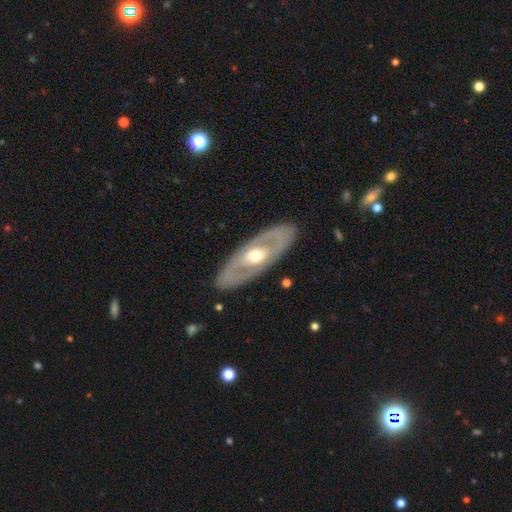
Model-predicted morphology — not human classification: smooth_or_featured: featured or disk (p=0.71) [alt: smooth p=0.25]
disk_edge_on: no (p=0.81) [alt: yes p=0.19]
bar: no (p=0.70) [alt: weak p=0.21]
has_spiral_arms: no (p=0.68) [alt: yes p=0.32]
bulge_size: moderate (p=0.72) [alt: small p=0.14]
merging: none (p=0.86) [alt: minor disturbance p=0.09]